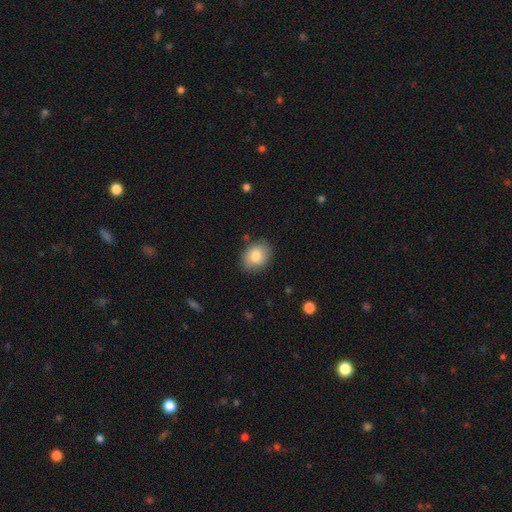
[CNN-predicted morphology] Q: Smooth or featured?
A: smooth (80%); runner-up: featured or disk (13%)
Q: How rounded?
A: in between (60%); runner-up: round (39%)
Q: Merging?
A: none (82%); runner-up: minor disturbance (13%)